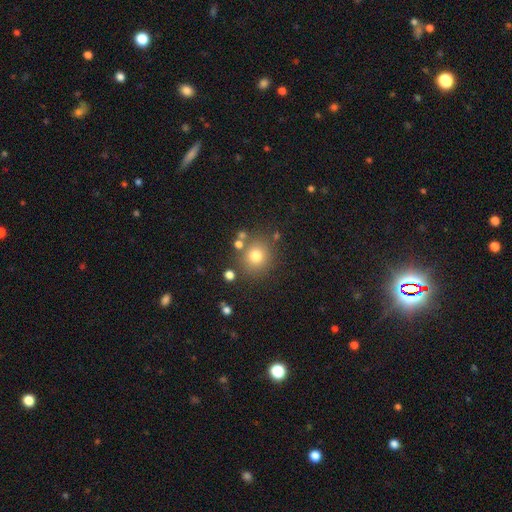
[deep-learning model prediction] Overall: smooth (75%). How rounded: round (88%). Merging: none (79%).